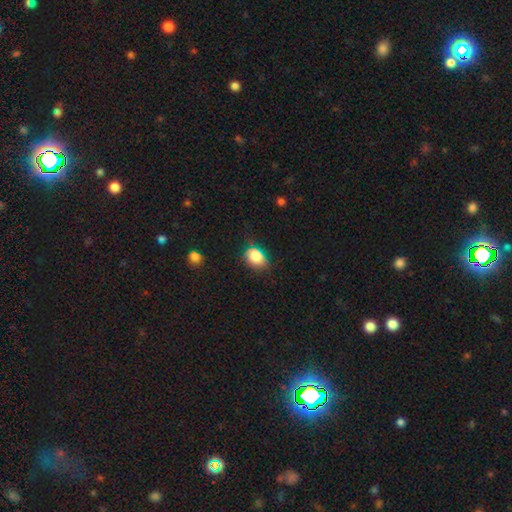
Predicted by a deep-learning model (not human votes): Overall: smooth (79%). How rounded: in between (61%; round 37%). Merging: none (69%).